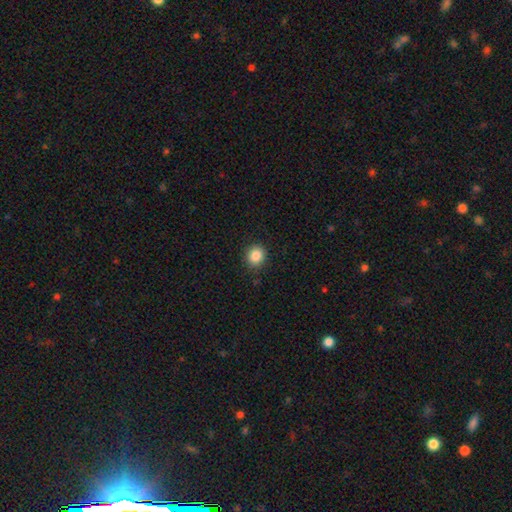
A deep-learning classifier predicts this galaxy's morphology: Smooth or featured: smooth — 86% (star or artifact — 10%)
How rounded: round — 80% (in between — 19%)
Merging: none — 89% (minor disturbance — 7%)